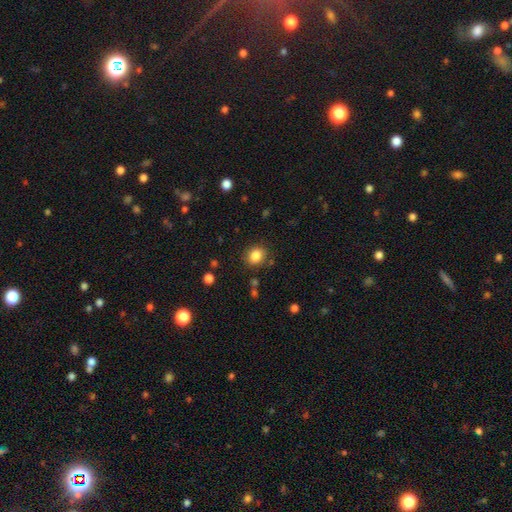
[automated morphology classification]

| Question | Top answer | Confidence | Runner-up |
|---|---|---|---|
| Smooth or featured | smooth | 85% | star or artifact (10%) |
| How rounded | round | 67% | in between (32%) |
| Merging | none | 84% | minor disturbance (10%) |